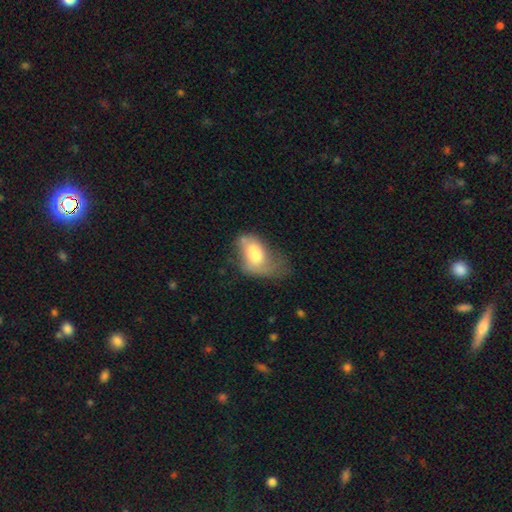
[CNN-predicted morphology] type=smooth (59%); roundness=in between (82%); merging=merger (38%).